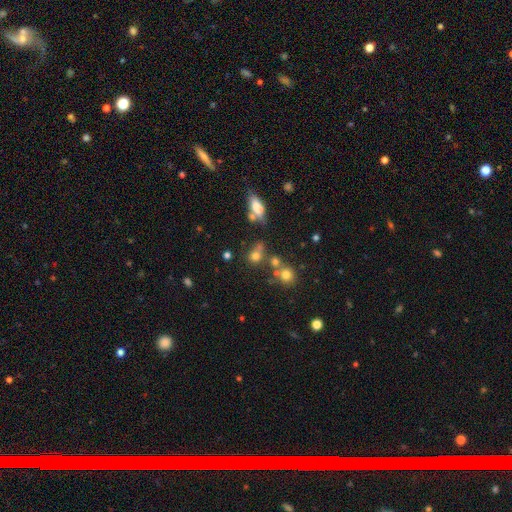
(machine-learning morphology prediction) smooth-or-featured: smooth: 70% | star or artifact: 18% | featured or disk: 11%
  how-rounded: round: 62% | in between: 35% | cigar-shaped: 3%
  merging: none: 47% | merger: 29% | minor disturbance: 15% | major disturbance: 9%